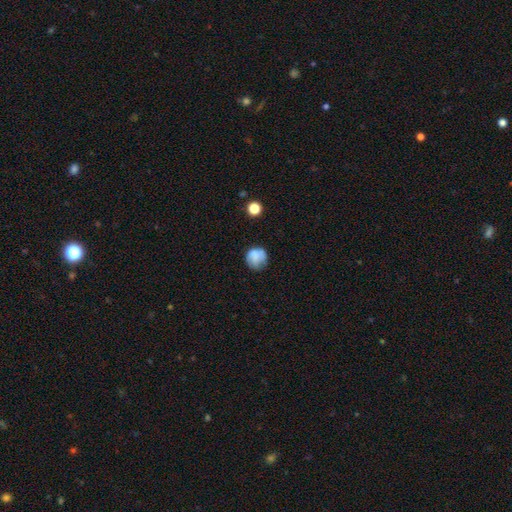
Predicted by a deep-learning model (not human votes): Smooth or featured? smooth (71%)
How rounded? round (85%)
Merging? none (62%)